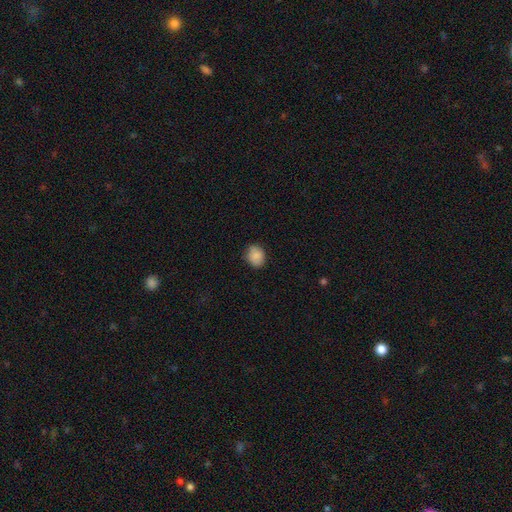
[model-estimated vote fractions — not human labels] This appears to be a smooth galaxy with no disk features (86%) that is round (51%). Merging: none (79%).